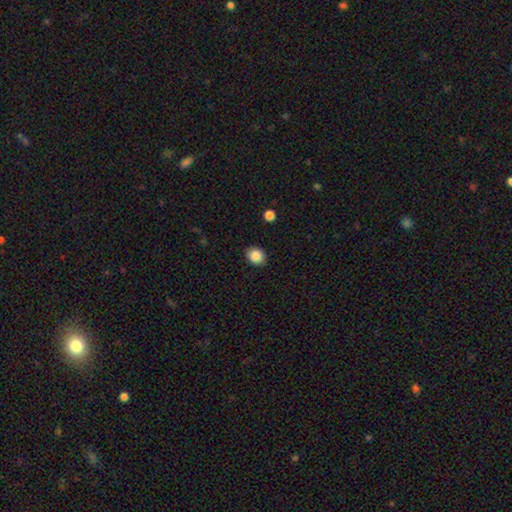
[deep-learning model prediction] smooth 87%, star or artifact 9%, featured or disk 4%. Down the decision tree: how rounded — round (60%); merging — none (89%).